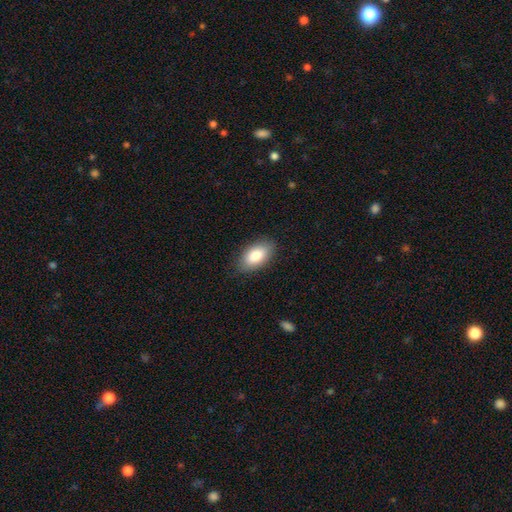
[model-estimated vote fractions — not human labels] A smooth galaxy with no disk features (83%) that is in between round and cigar-shaped (93%).

Vote fractions:
- Smooth or featured? smooth: 83% / featured or disk: 10% / star or artifact: 7%
- How rounded? in between: 93% / round: 4% / cigar-shaped: 3%
- Merging? none: 85% / minor disturbance: 11% / major disturbance: 3% / merger: 1%